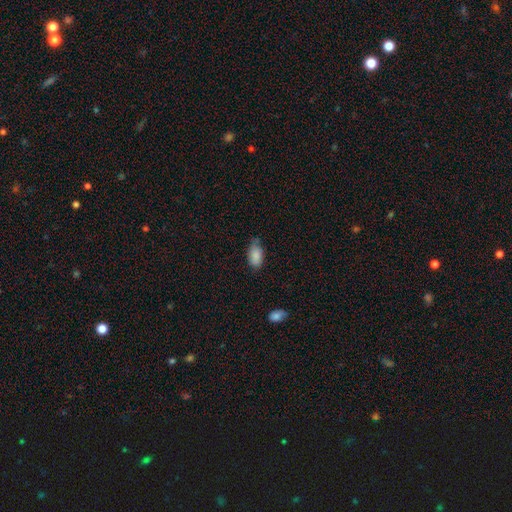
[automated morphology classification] Smooth or featured? smooth (86%)
How rounded? in between (93%)
Merging? none (62%)